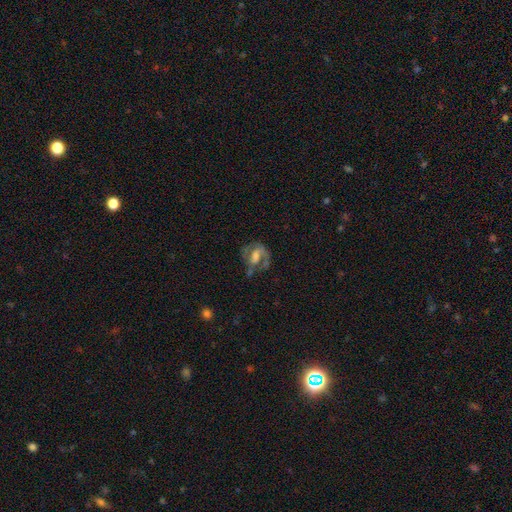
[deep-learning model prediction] Smooth or featured? Predicted: featured or disk (p=0.66). Edge-on disk? Predicted: no (p=0.97). Bar? Predicted: weak (p=0.41). Spiral arms? Predicted: yes (p=0.71). Bulge size? Predicted: moderate (p=0.36). Merging? Predicted: none (p=0.42).